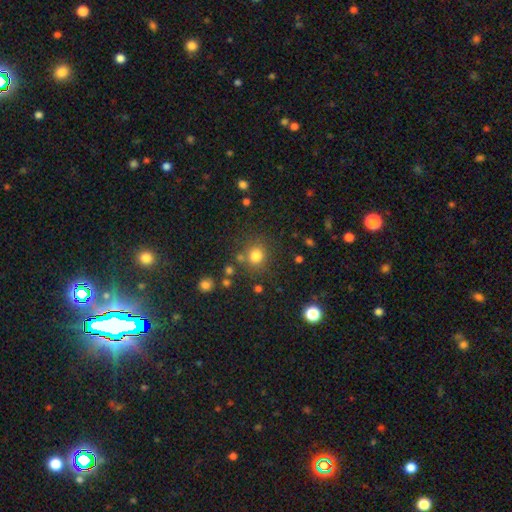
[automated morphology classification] Smooth or featured? Predicted: smooth (p=0.79). How rounded? Predicted: round (p=0.86). Merging? Predicted: none (p=0.78).